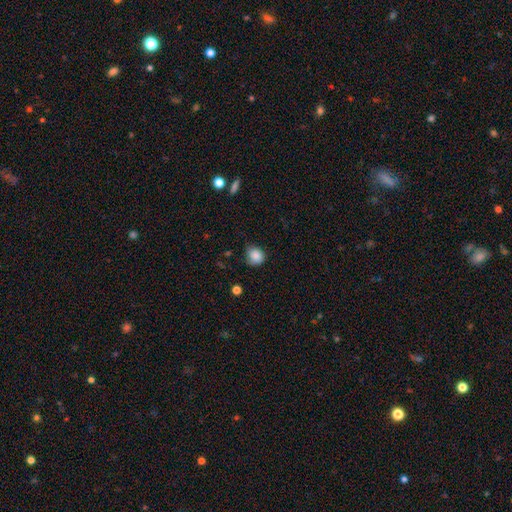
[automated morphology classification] The model was most divided on "merging": none: 60%, minor disturbance: 32%, major disturbance: 6%, merger: 2%. More confident: smooth or featured — smooth (86%); how rounded — round (75%).